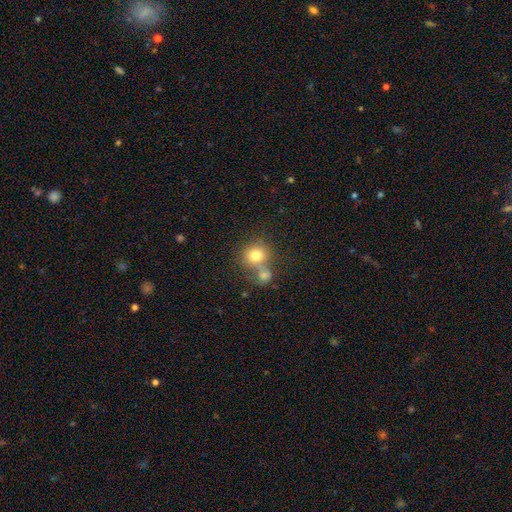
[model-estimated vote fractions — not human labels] A smooth galaxy with no disk features (76%) that is round (79%).

Vote fractions:
- Smooth or featured? smooth: 76% / featured or disk: 13% / star or artifact: 12%
- How rounded? round: 79% / in between: 20% / cigar-shaped: 1%
- Merging? merger: 43% / none: 42% / minor disturbance: 10% / major disturbance: 5%